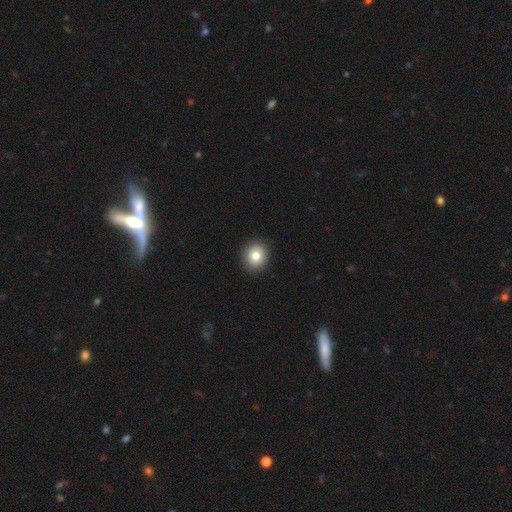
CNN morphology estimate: Smooth or featured? Predicted: smooth (p=0.81). How rounded? Predicted: round (p=0.86). Merging? Predicted: none (p=0.92).